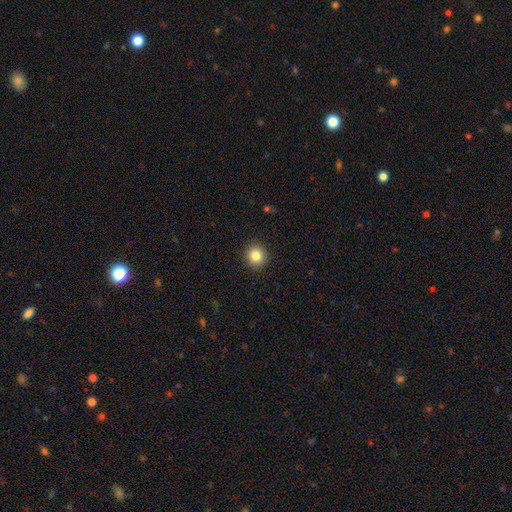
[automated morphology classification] Q: Smooth or featured?
A: smooth (84%); runner-up: star or artifact (11%)
Q: How rounded?
A: round (92%); runner-up: in between (7%)
Q: Merging?
A: none (92%); runner-up: minor disturbance (5%)